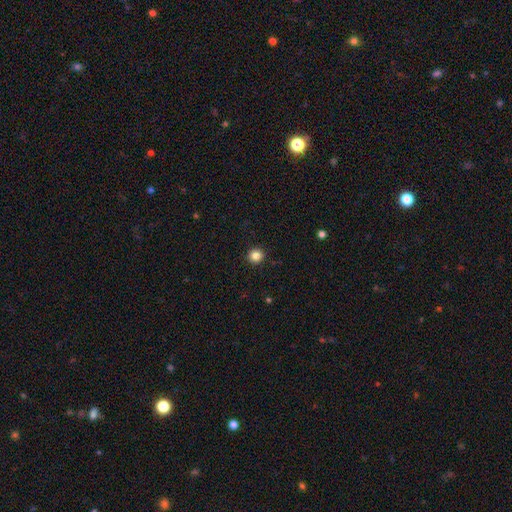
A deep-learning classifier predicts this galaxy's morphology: type=smooth (84%); roundness=round (93%); merging=none (93%).